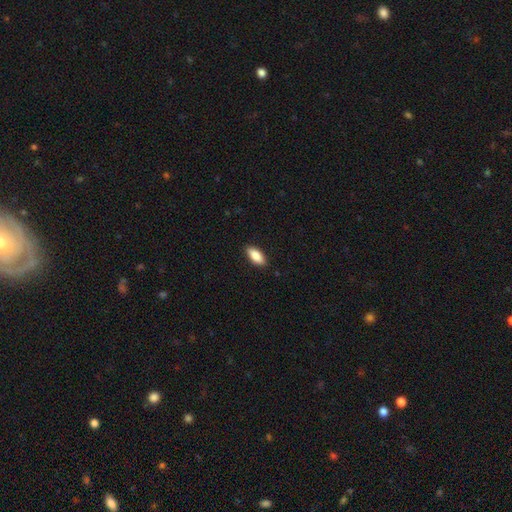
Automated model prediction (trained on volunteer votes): Smooth or featured? smooth (87%)
How rounded? in between (87%)
Merging? none (89%)